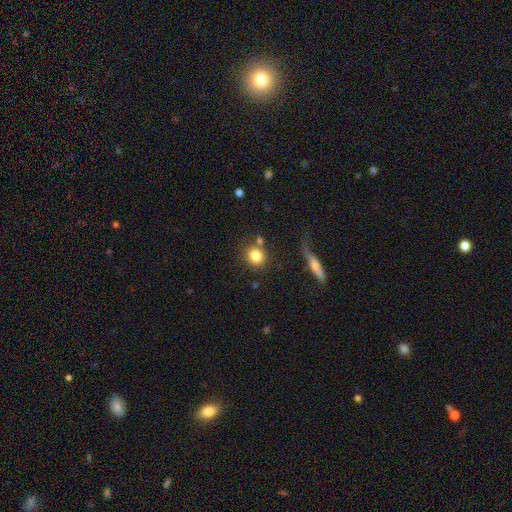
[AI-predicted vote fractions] smooth-or-featured: smooth: 81% | star or artifact: 10% | featured or disk: 9%
  how-rounded: round: 80% | in between: 18% | cigar-shaped: 2%
  merging: none: 74% | merger: 11% | minor disturbance: 10% | major disturbance: 4%